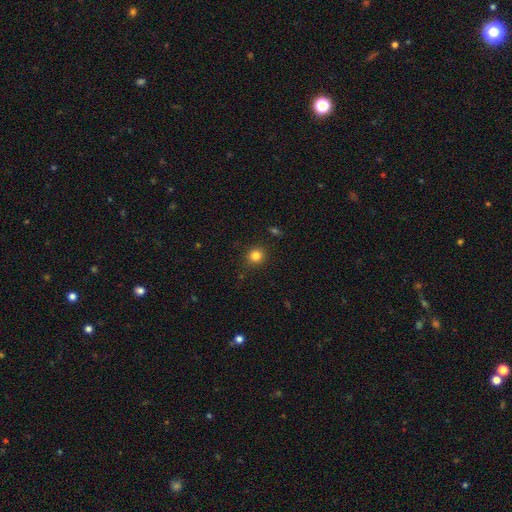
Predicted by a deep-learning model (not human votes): smooth 83%, star or artifact 13%, featured or disk 5%. Down the decision tree: how rounded — round (89%); merging — none (88%).